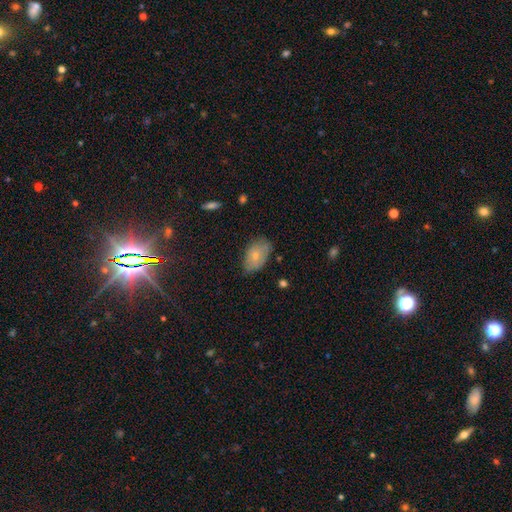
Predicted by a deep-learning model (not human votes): A smooth galaxy with no disk features (73%) that is in between round and cigar-shaped (92%).

Vote fractions:
- Smooth or featured? smooth: 73% / featured or disk: 19% / star or artifact: 7%
- How rounded? in between: 92% / round: 6% / cigar-shaped: 2%
- Merging? none: 71% / minor disturbance: 23% / major disturbance: 5% / merger: 1%